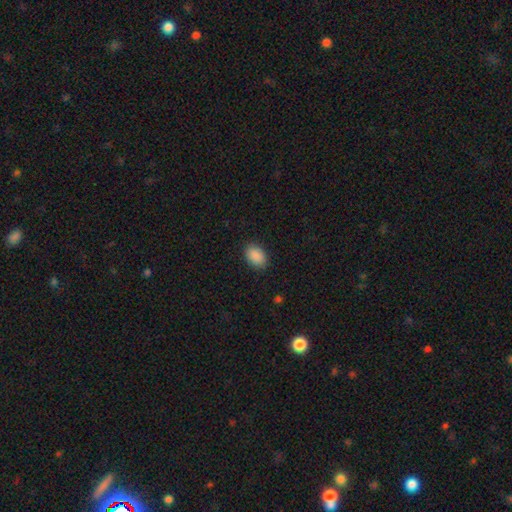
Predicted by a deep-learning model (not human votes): Smooth or featured? Predicted: smooth (p=0.90). How rounded? Predicted: in between (p=0.86). Merging? Predicted: none (p=0.89).